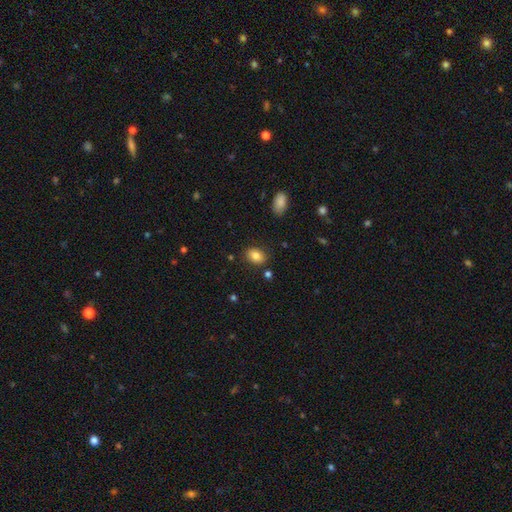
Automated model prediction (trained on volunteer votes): A smooth galaxy with no disk features (83%) that is in between round and cigar-shaped (76%).

Vote fractions:
- Smooth or featured? smooth: 83% / star or artifact: 9% / featured or disk: 7%
- How rounded? in between: 76% / round: 22% / cigar-shaped: 1%
- Merging? none: 84% / minor disturbance: 10% / major disturbance: 3% / merger: 3%